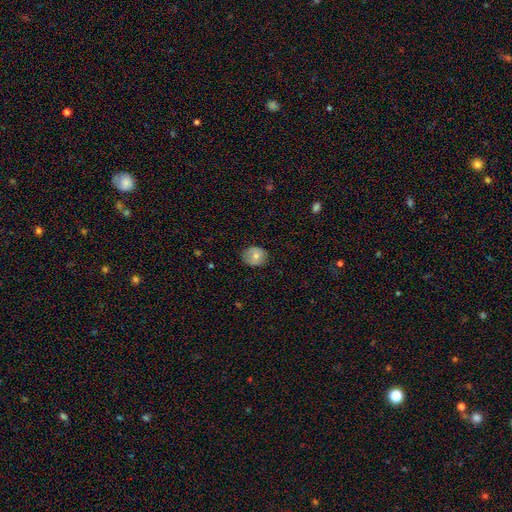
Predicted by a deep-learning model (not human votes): smooth 70%, featured or disk 21%, star or artifact 8%. Down the decision tree: how rounded — round (67%); merging — none (76%).